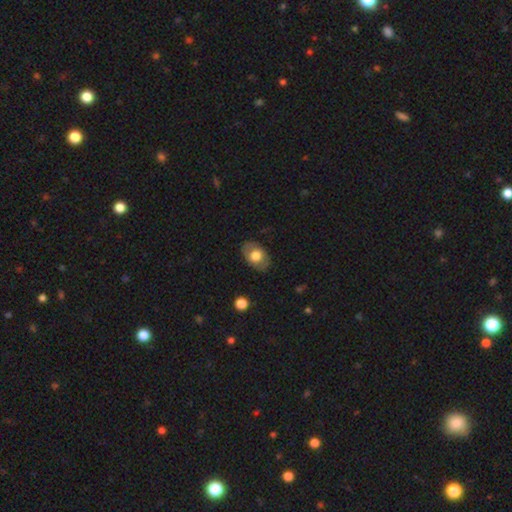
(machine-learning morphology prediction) This is likely a smooth galaxy (63%). How rounded: clearly in between (82%). Merging: clearly none (82%).